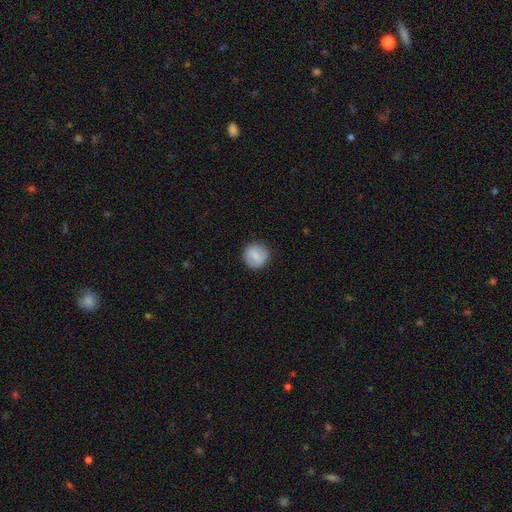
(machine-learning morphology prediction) Smooth or featured? smooth (72%)
How rounded? round (92%)
Merging? none (88%)